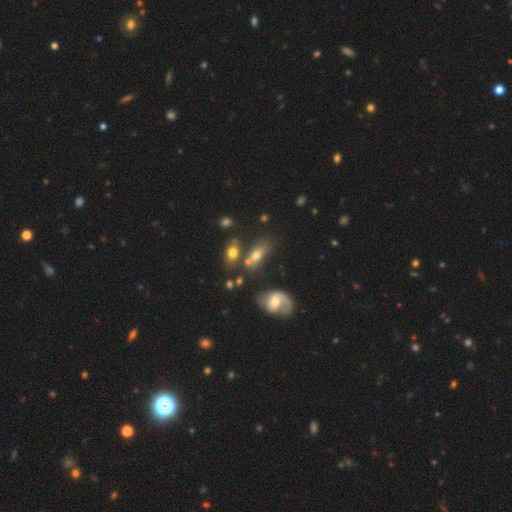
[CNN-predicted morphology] smooth-or-featured: smooth: 60% | featured or disk: 27% | star or artifact: 13%
  how-rounded: in between: 76% | round: 15% | cigar-shaped: 9%
  merging: none: 50% | merger: 26% | minor disturbance: 17% | major disturbance: 8%